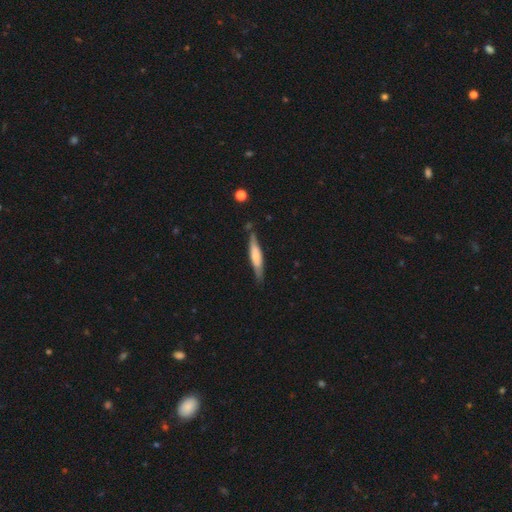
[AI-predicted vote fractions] smooth 50%, featured or disk 44%, star or artifact 5%. Down the decision tree: how rounded — cigar-shaped (84%); merging — none (79%).